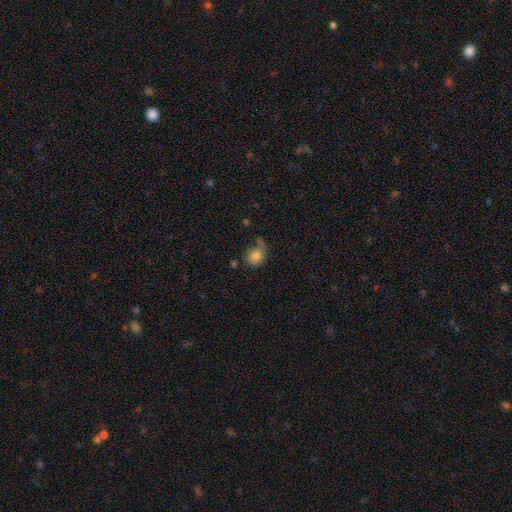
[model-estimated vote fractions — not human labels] Smooth or featured? Predicted: smooth (p=0.75). How rounded? Predicted: round (p=0.51). Merging? Predicted: none (p=0.41).